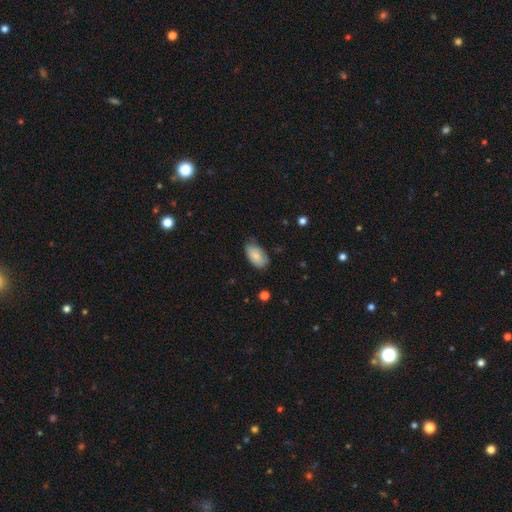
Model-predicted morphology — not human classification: Smooth or featured? smooth (81%)
How rounded? in between (94%)
Merging? none (64%)